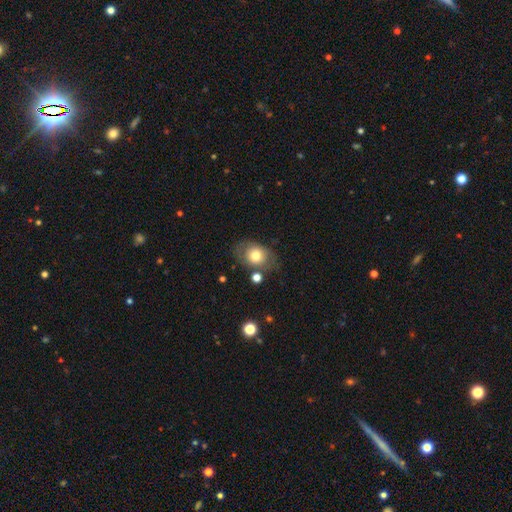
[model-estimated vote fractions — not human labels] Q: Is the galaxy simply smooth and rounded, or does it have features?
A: smooth — 67%.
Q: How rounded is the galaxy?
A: in between — 63%.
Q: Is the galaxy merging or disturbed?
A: none — 70%.